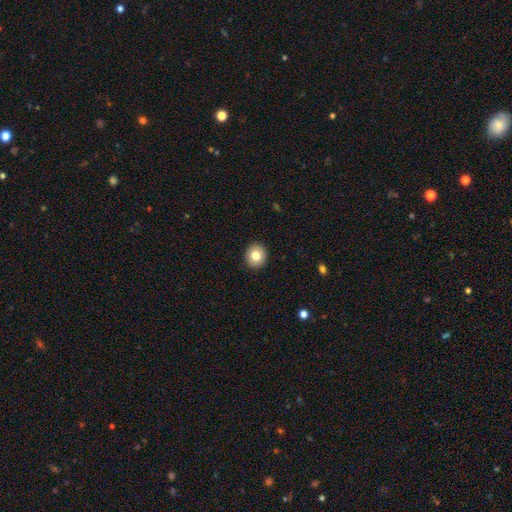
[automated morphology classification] Overall: smooth (81%). How rounded: round (89%). Merging: none (93%).